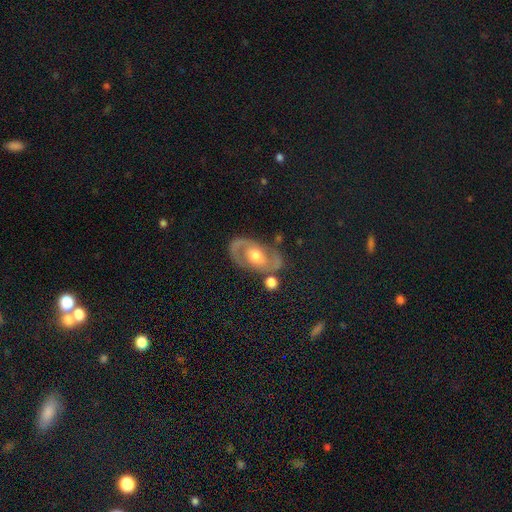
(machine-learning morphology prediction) This is likely a featured or disk galaxy (75%). It is clearly not viewed edge-on (95%). Bar: likely no (60%). Spiral arm pattern: likely yes (79%). Spiral arm count: clearly 2 (87%). Spiral winding: possibly medium (51%). Central bulge: likely moderate (72%). Merging: likely none (71%).